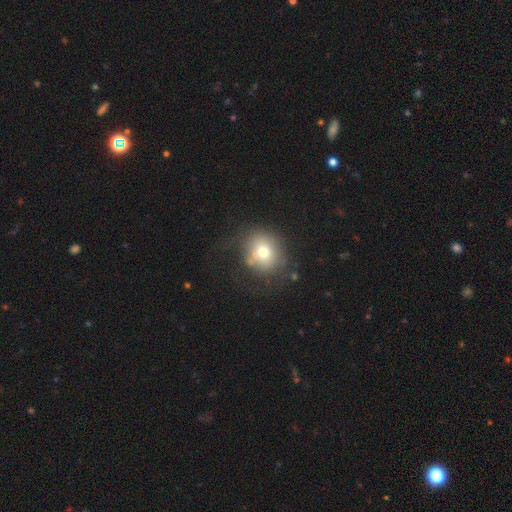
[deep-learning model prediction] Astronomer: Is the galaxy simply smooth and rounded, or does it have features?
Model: smooth — 69%.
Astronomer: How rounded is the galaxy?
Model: round — 78%.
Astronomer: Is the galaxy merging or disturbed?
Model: none — 64%.